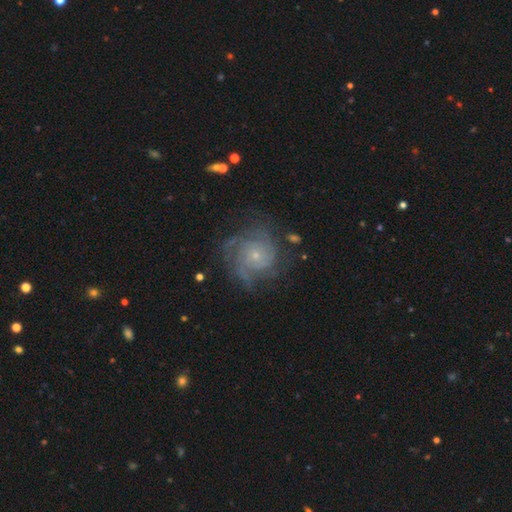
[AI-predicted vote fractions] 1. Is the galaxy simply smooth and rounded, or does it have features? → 82% featured or disk, 10% smooth, 8% star or artifact.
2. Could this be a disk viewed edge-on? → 98% no, 2% yes.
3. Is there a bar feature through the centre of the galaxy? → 81% no, 17% weak, 3% strong.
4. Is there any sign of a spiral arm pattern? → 95% yes, 5% no.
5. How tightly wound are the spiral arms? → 60% tight, 31% medium, 9% loose.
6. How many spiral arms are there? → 29% can't tell, 23% 3, 21% 4, 13% 2, 8% more than 4, 6% 1.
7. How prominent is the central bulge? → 77% small, 18% moderate, 3% none, 1% large, 1% dominant.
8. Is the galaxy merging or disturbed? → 70% none, 17% minor disturbance, 11% major disturbance, 2% merger.